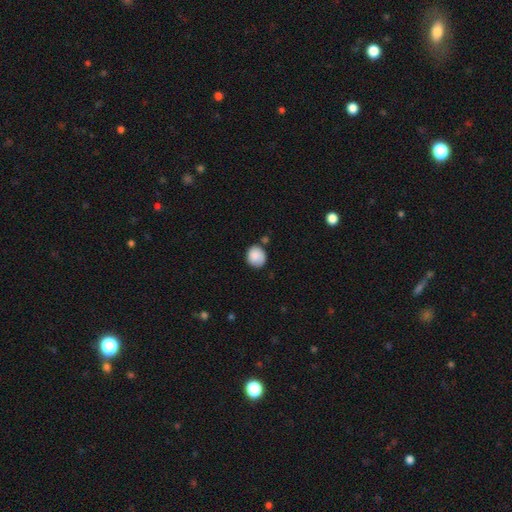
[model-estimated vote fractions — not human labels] This is clearly a smooth galaxy (84%). How rounded: likely round (77%). Merging: likely none (69%).